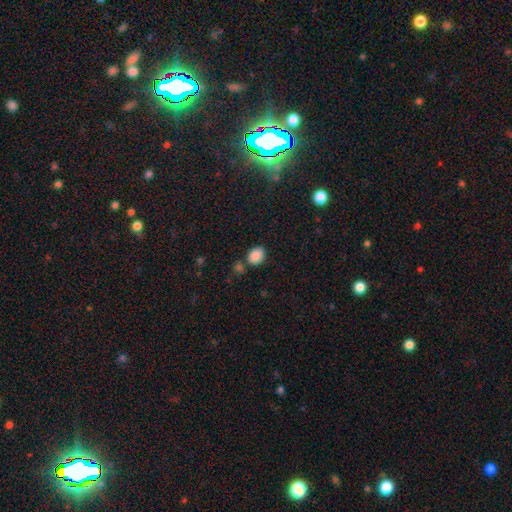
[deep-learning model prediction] Q: Smooth or featured?
A: smooth (87%); runner-up: star or artifact (9%)
Q: How rounded?
A: in between (68%); runner-up: round (31%)
Q: Merging?
A: none (70%); runner-up: minor disturbance (15%)